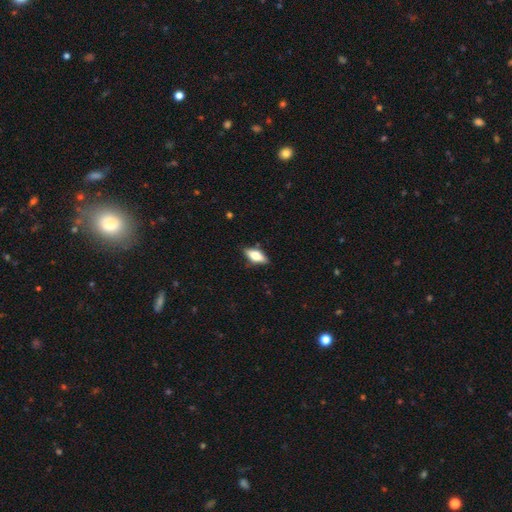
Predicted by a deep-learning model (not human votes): A smooth galaxy with no disk features (59%) that is in between round and cigar-shaped (76%).

Vote fractions:
- Smooth or featured? smooth: 59% / featured or disk: 34% / star or artifact: 7%
- How rounded? in between: 76% / cigar-shaped: 21% / round: 3%
- Merging? none: 82% / minor disturbance: 13% / major disturbance: 3% / merger: 1%